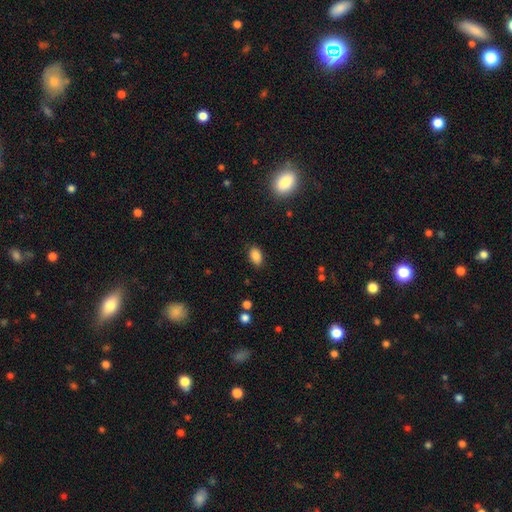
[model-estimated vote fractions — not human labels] Smooth or featured? Predicted: smooth (p=0.86). How rounded? Predicted: in between (p=0.87). Merging? Predicted: none (p=0.85).